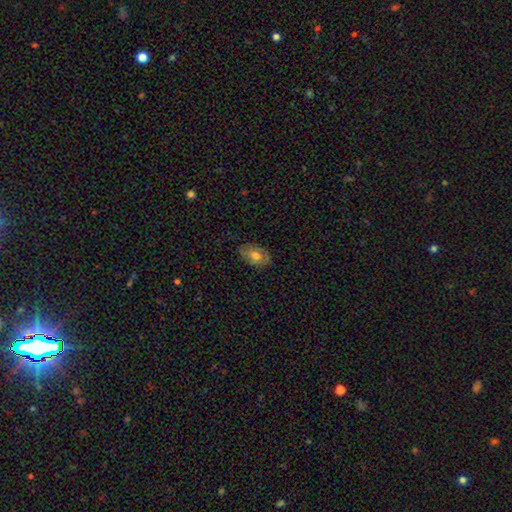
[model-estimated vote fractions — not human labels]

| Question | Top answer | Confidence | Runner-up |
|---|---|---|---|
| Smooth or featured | smooth | 68% | featured or disk (24%) |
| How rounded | in between | 85% | round (13%) |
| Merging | none | 80% | minor disturbance (16%) |